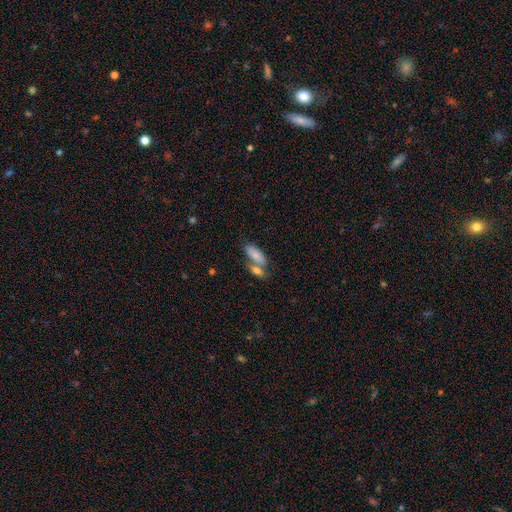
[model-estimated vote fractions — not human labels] Smooth or featured: smooth — 79% (featured or disk — 14%)
How rounded: in between — 79% (cigar-shaped — 18%)
Merging: merger — 48% (none — 38%)